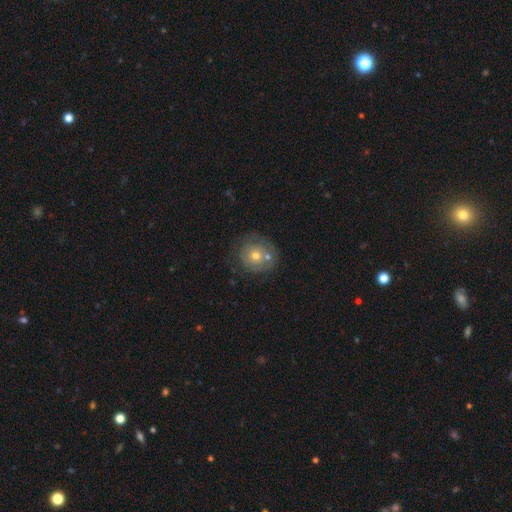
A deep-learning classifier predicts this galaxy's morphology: type=smooth (52%); roundness=round (85%); merging=none (54%).